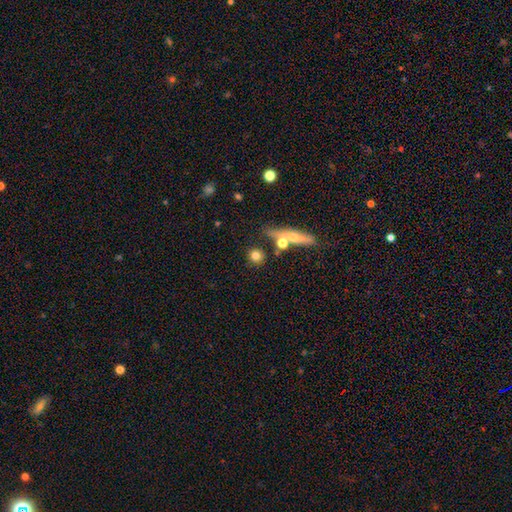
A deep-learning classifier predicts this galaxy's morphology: The model was most divided on "smooth or featured": smooth: 75%, featured or disk: 14%, star or artifact: 11%. More confident: how rounded — round (84%); merging — none (76%).